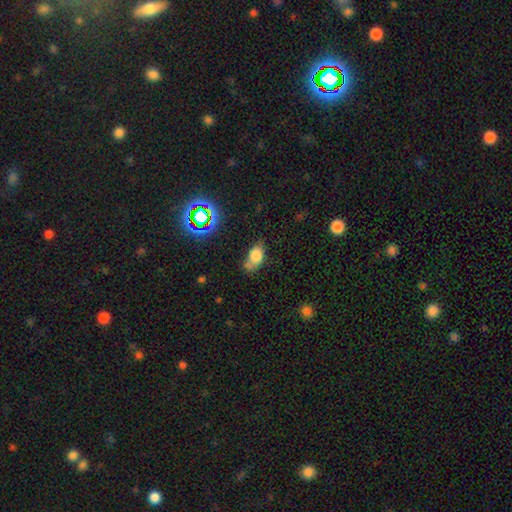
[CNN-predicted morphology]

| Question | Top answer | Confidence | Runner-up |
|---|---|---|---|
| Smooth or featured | smooth | 72% | star or artifact (14%) |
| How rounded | in between | 82% | round (13%) |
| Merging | none | 45% | minor disturbance (30%) |